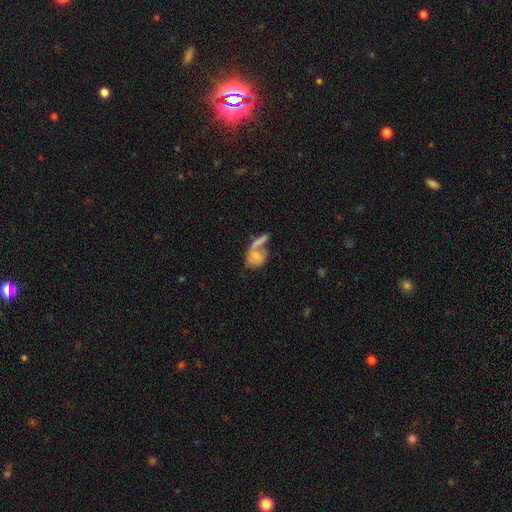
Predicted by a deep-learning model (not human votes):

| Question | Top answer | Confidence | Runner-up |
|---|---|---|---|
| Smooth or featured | smooth | 55% | featured or disk (36%) |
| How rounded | in between | 63% | round (30%) |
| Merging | merger | 46% | none (26%) |